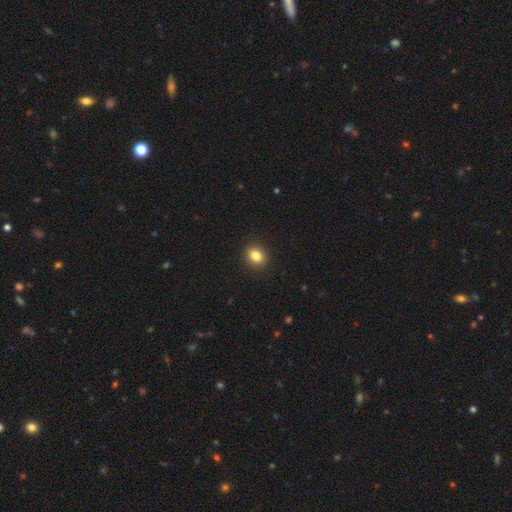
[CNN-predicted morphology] A smooth galaxy with no disk features (84%) that is round (57%). Merging: none (91%).